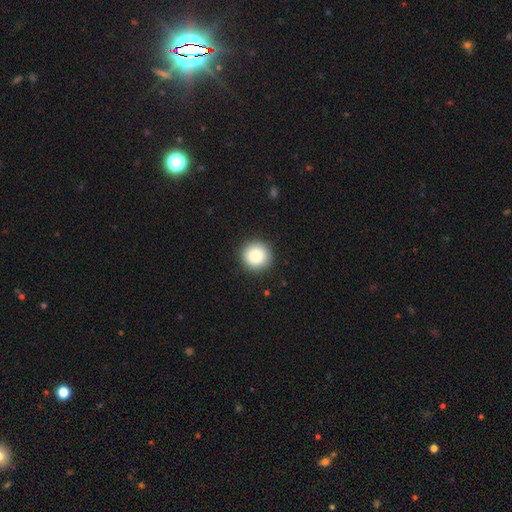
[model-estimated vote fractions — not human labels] smooth-or-featured: smooth: 84% | star or artifact: 9% | featured or disk: 7%
  how-rounded: round: 95% | in between: 5% | cigar-shaped: 1%
  merging: none: 92% | minor disturbance: 5% | major disturbance: 2% | merger: 1%